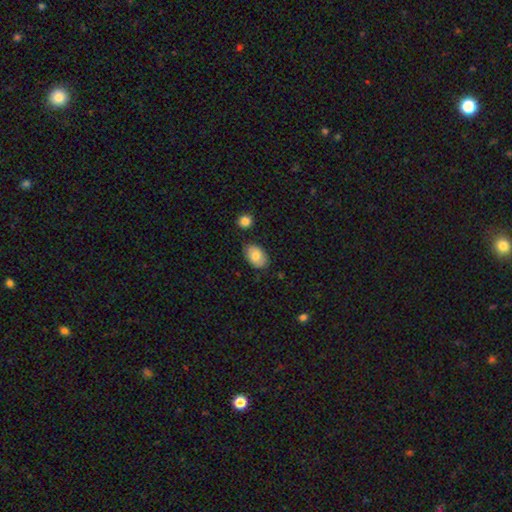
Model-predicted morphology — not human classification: Smooth or featured?
  - smooth: 80% *
  - featured or disk: 14%
  - star or artifact: 7%
How rounded?
  - in between: 87% *
  - round: 12%
  - cigar-shaped: 1%
Merging?
  - none: 79% *
  - minor disturbance: 15%
  - merger: 3%
  - major disturbance: 3%